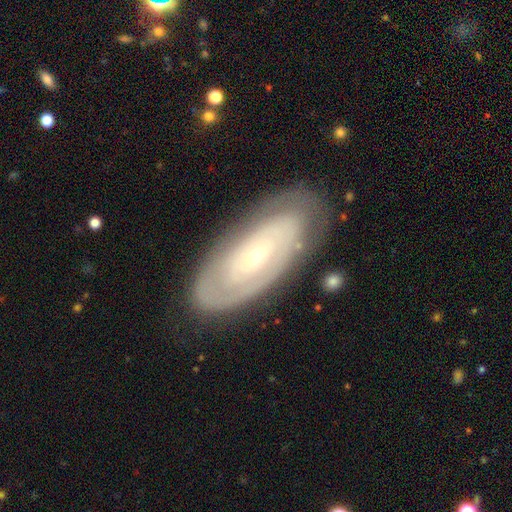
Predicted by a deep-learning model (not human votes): A featured or disk galaxy (74%) with no bar (76%), spiral arms (73%) and a small central bulge (79%).

Vote fractions:
- Smooth or featured? featured or disk: 74% / smooth: 20% / star or artifact: 6%
- Edge-on disk? no: 91% / yes: 9%
- Bar? no: 76% / weak: 17% / strong: 6%
- Spiral arms? yes: 73% / no: 27%
- Bulge size? small: 79% / moderate: 18% / large: 1% / none: 1% / dominant: 1%
- Merging? none: 77% / minor disturbance: 16% / major disturbance: 5% / merger: 2%